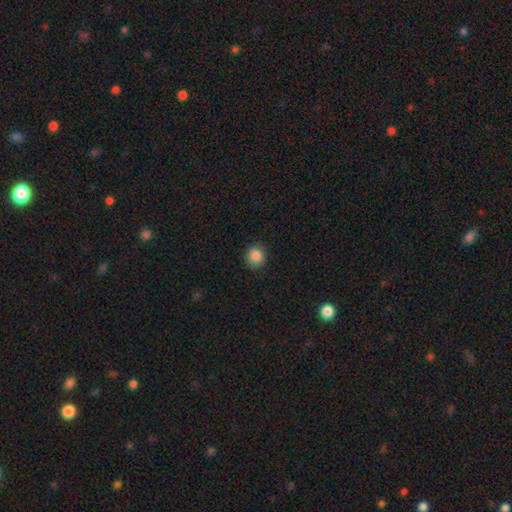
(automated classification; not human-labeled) This appears to be a smooth galaxy with no disk features (86%) that is round (86%). Merging: none (89%).